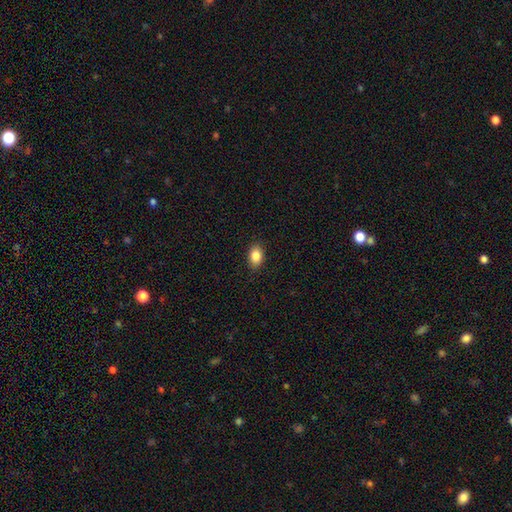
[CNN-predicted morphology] Smooth or featured?
  - smooth: 85% *
  - star or artifact: 9%
  - featured or disk: 6%
How rounded?
  - in between: 85% *
  - round: 14%
  - cigar-shaped: 1%
Merging?
  - none: 89% *
  - minor disturbance: 8%
  - major disturbance: 2%
  - merger: 1%